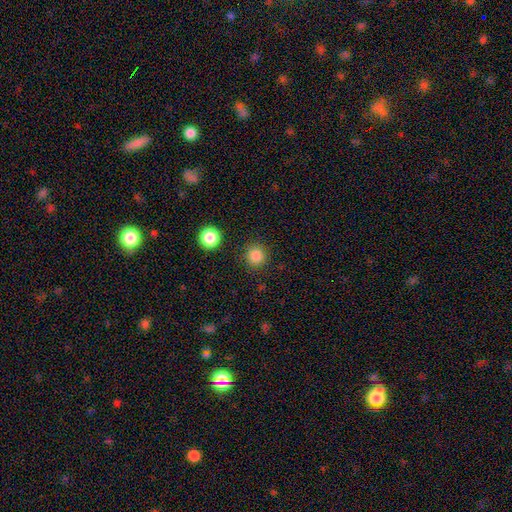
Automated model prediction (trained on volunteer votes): This is clearly a smooth galaxy (83%). How rounded: clearly round (93%). Merging: clearly none (88%).